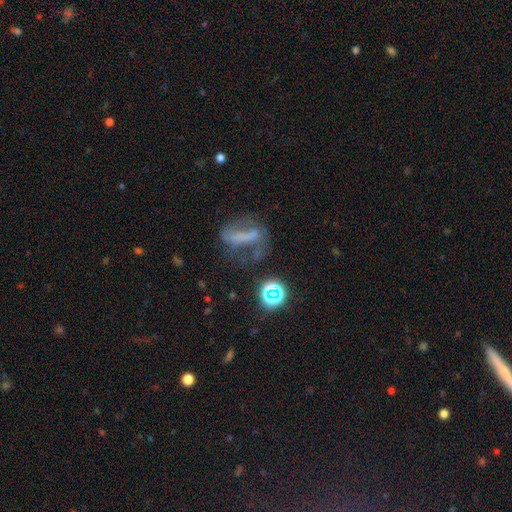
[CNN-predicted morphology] A featured or disk galaxy (46%).

Vote fractions:
- Smooth or featured? featured or disk: 46% / smooth: 29% / star or artifact: 24%
- Merging? none: 54% / minor disturbance: 19% / major disturbance: 19% / merger: 8%